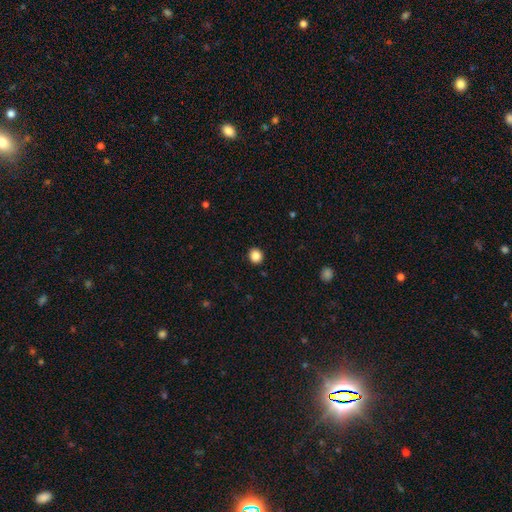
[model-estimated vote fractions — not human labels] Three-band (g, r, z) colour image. It shows a smooth galaxy with no disk features (86%) that is round (87%). Merging: none (92%).